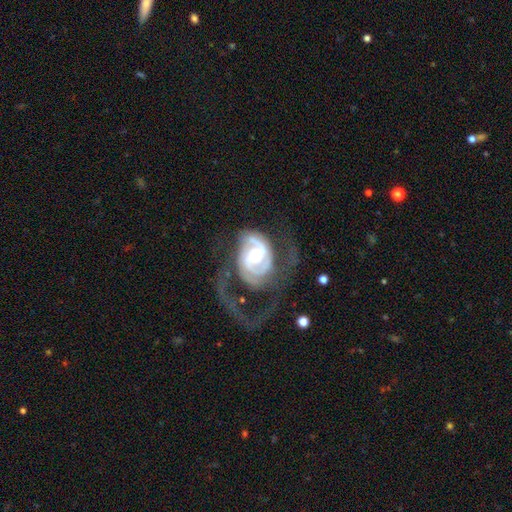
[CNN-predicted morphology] This is clearly a featured or disk galaxy (90%). It is clearly not viewed edge-on (97%). Bar: possibly no (52%). Spiral arm pattern: clearly yes (96%). Spiral arm count: likely 2 (61%). Spiral winding: marginally tight (44%). Central bulge: likely moderate (61%). Merging: possibly major disturbance (48%).